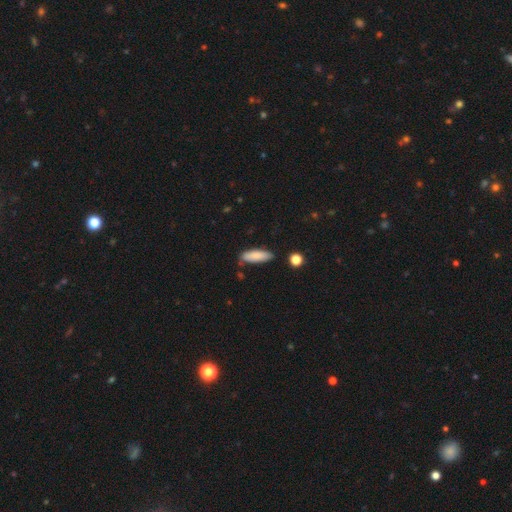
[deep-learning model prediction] Smooth or featured?
  - smooth: 85% *
  - featured or disk: 8%
  - star or artifact: 6%
How rounded?
  - in between: 52% *
  - cigar-shaped: 47%
  - round: 2%
Merging?
  - none: 77% *
  - minor disturbance: 17%
  - merger: 3%
  - major disturbance: 3%